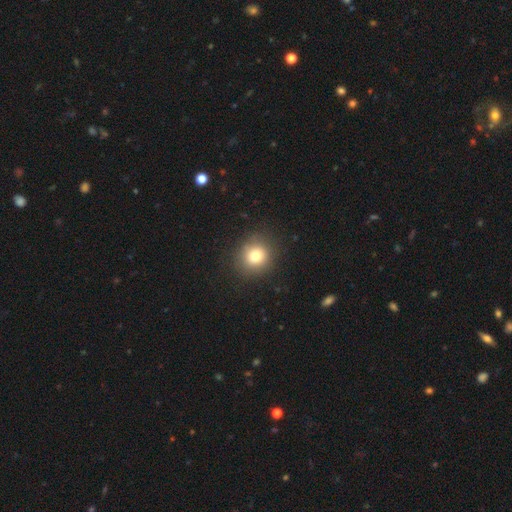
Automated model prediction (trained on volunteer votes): Smooth or featured: smooth — 78% (star or artifact — 12%)
How rounded: round — 87% (in between — 12%)
Merging: none — 87% (minor disturbance — 9%)